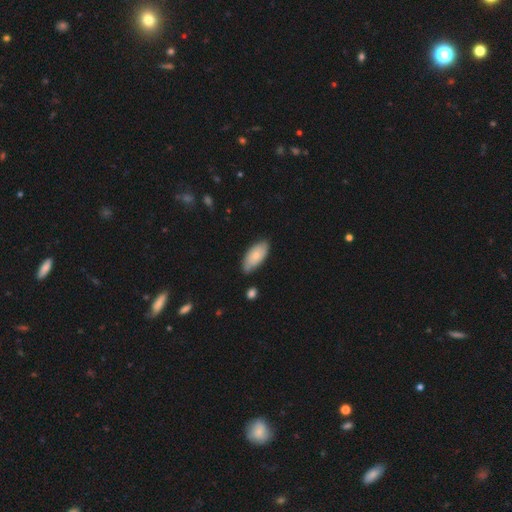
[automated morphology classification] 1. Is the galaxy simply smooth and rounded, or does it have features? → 67% smooth, 27% featured or disk, 6% star or artifact.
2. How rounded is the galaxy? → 92% in between, 6% cigar-shaped, 2% round.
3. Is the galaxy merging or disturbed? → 70% none, 23% minor disturbance, 4% merger, 4% major disturbance.